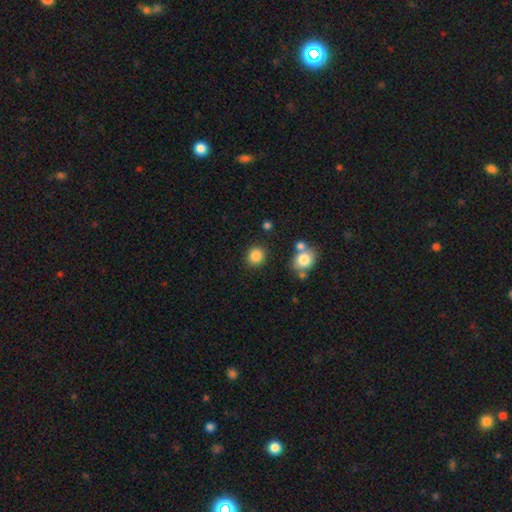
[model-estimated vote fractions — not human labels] A smooth galaxy with no disk features (85%) that is round (85%).

Vote fractions:
- Smooth or featured? smooth: 85% / star or artifact: 10% / featured or disk: 4%
- How rounded? round: 85% / in between: 14% / cigar-shaped: 1%
- Merging? none: 85% / minor disturbance: 8% / merger: 4% / major disturbance: 3%